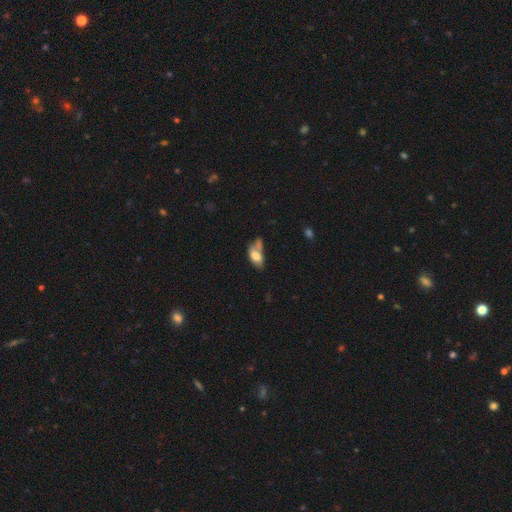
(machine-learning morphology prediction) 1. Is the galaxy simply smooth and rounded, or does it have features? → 71% smooth, 20% featured or disk, 9% star or artifact.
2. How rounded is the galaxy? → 90% in between, 6% round, 4% cigar-shaped.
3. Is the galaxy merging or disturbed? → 38% merger, 26% none, 21% minor disturbance, 16% major disturbance.